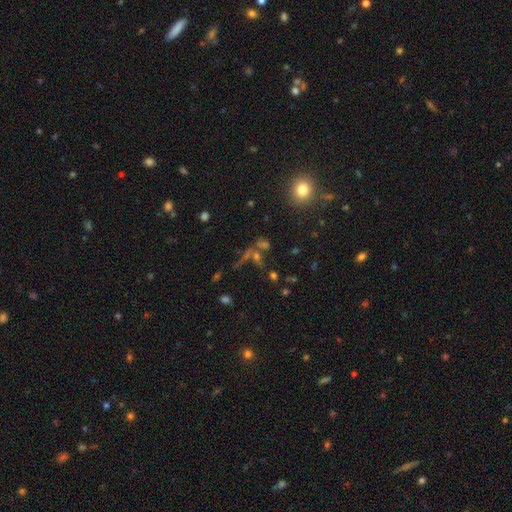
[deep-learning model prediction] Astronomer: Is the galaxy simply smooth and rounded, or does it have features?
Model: star or artifact — 44% (runner-up: smooth, 33%).